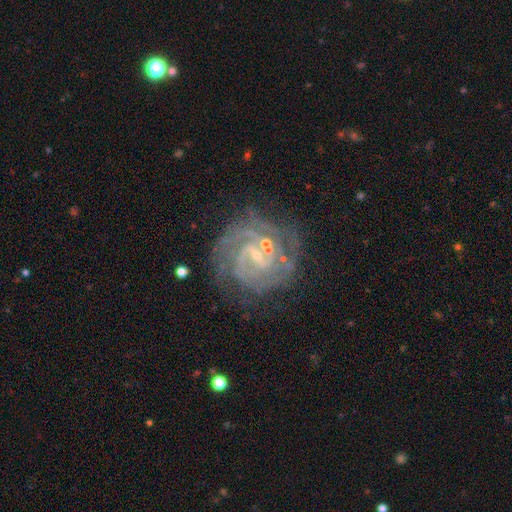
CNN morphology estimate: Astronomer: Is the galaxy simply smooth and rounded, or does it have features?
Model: featured or disk — 88%.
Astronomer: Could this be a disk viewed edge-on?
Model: no — 98%.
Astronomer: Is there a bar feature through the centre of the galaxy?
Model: weak — 49% (runner-up: no, 26%).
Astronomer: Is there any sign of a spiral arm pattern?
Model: yes — 96%.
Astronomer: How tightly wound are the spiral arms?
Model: tight — 67%.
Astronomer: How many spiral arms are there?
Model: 2 — 43% (runner-up: 3, 20%).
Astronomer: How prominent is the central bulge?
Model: small — 72%.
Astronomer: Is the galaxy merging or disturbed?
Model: none — 70%.